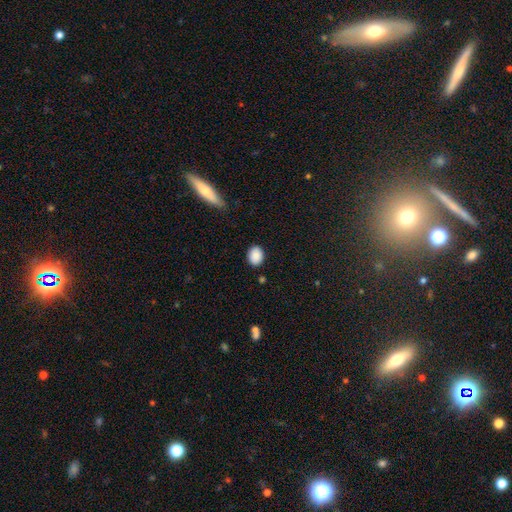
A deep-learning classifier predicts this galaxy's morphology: smooth_or_featured: smooth (p=0.89) [alt: star or artifact p=0.08]
how_rounded: in between (p=0.56) [alt: round p=0.43]
merging: none (p=0.86) [alt: minor disturbance p=0.10]